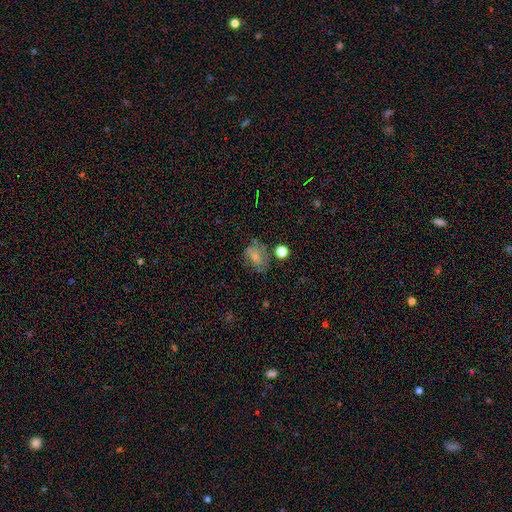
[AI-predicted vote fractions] Smooth or featured?
  - smooth: 59% *
  - featured or disk: 28%
  - star or artifact: 13%
How rounded?
  - in between: 60% *
  - round: 38%
  - cigar-shaped: 2%
Merging?
  - none: 52% *
  - minor disturbance: 24%
  - major disturbance: 15%
  - merger: 9%